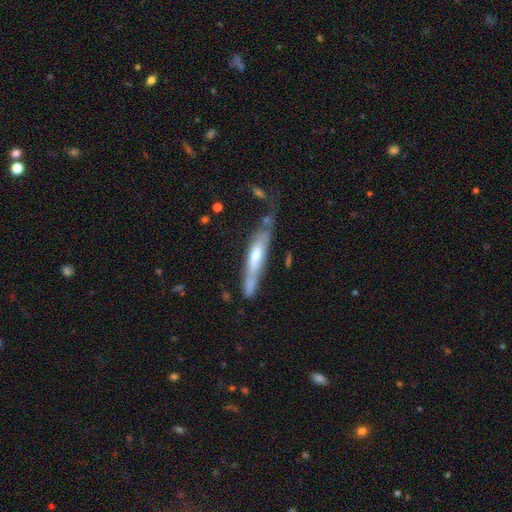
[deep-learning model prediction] Overall: featured or disk (60%; smooth 34%). Edge-on disk: yes (67%; no 33%). Merging: none (48%; minor disturbance 28%).